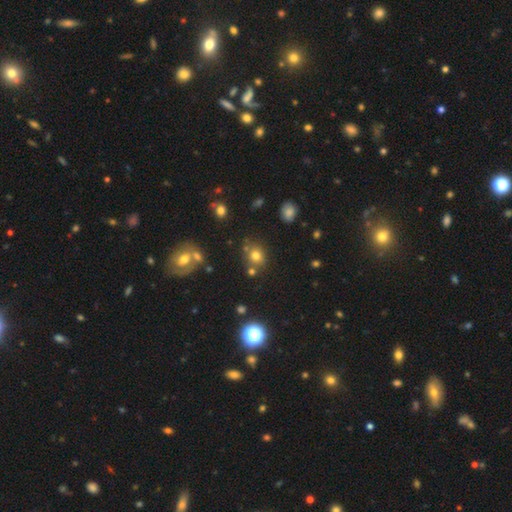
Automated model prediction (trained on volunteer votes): A smooth galaxy with no disk features (73%) that is round (70%).

Vote fractions:
- Smooth or featured? smooth: 73% / star or artifact: 17% / featured or disk: 10%
- How rounded? round: 70% / in between: 29% / cigar-shaped: 1%
- Merging? none: 69% / merger: 14% / minor disturbance: 13% / major disturbance: 4%